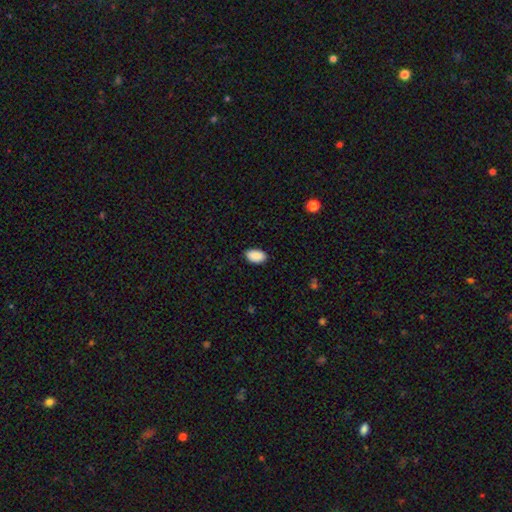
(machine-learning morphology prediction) smooth 90%, star or artifact 7%, featured or disk 4%. Down the decision tree: how rounded — in between (93%); merging — none (87%).